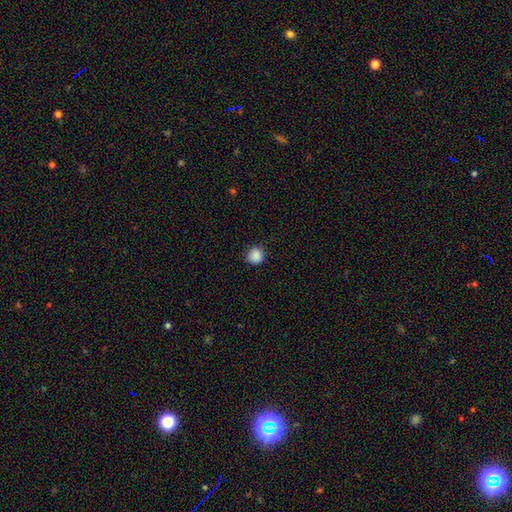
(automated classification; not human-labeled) smooth_or_featured: smooth (p=0.88) [alt: star or artifact p=0.10]
how_rounded: round (p=0.90) [alt: in between p=0.09]
merging: none (p=0.86) [alt: minor disturbance p=0.11]